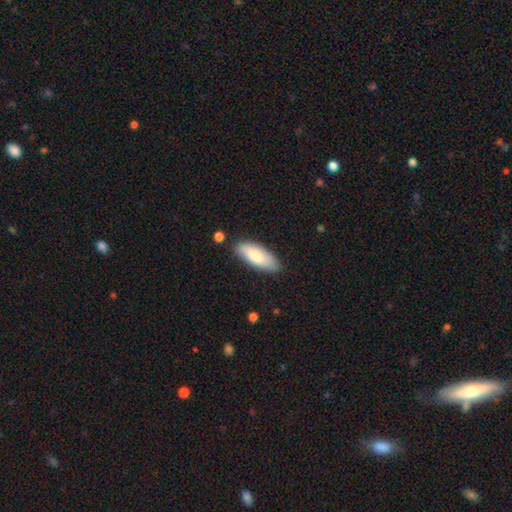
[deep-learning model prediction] A smooth galaxy with no disk features (81%) that is in between round and cigar-shaped (76%).

Vote fractions:
- Smooth or featured? smooth: 81% / featured or disk: 14% / star or artifact: 6%
- How rounded? in between: 76% / cigar-shaped: 22% / round: 2%
- Merging? none: 80% / minor disturbance: 15% / major disturbance: 3% / merger: 2%